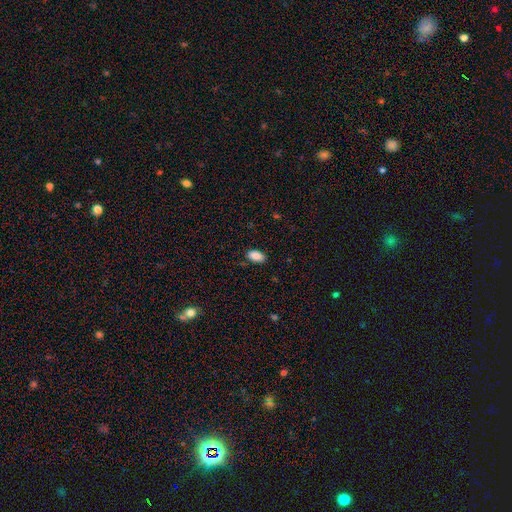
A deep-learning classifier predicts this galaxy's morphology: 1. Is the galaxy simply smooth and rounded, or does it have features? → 89% smooth, 8% star or artifact, 4% featured or disk.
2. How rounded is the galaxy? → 93% in between, 4% round, 2% cigar-shaped.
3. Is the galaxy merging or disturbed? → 85% none, 12% minor disturbance, 2% major disturbance, 1% merger.